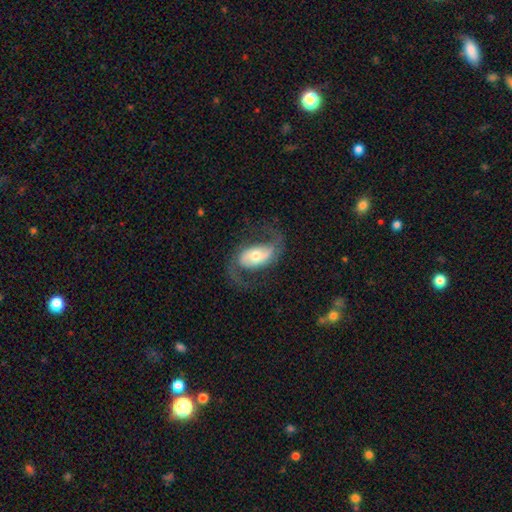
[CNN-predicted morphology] The model was most divided on "bar": no: 42%, weak: 34%, strong: 24%. More confident: edge-on disk — no (96%); spiral arms — yes (93%); spiral arm count — 2 (92%); smooth or featured — featured or disk (82%); merging — none (70%); bulge size — moderate (63%); spiral winding — loose (53%).